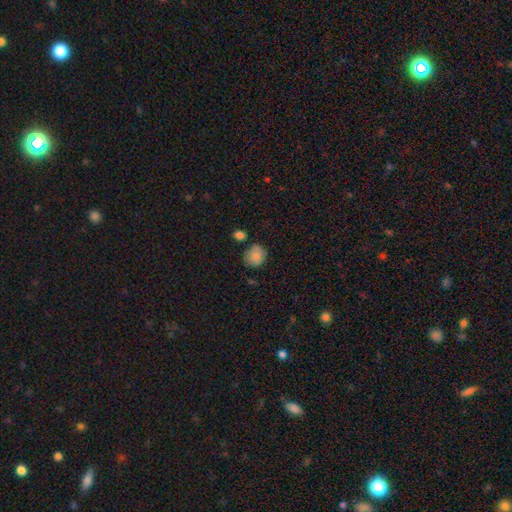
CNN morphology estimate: A smooth galaxy with no disk features (84%) that is round (72%).

Vote fractions:
- Smooth or featured? smooth: 84% / star or artifact: 9% / featured or disk: 7%
- How rounded? round: 72% / in between: 27% / cigar-shaped: 1%
- Merging? none: 67% / minor disturbance: 21% / merger: 8% / major disturbance: 5%